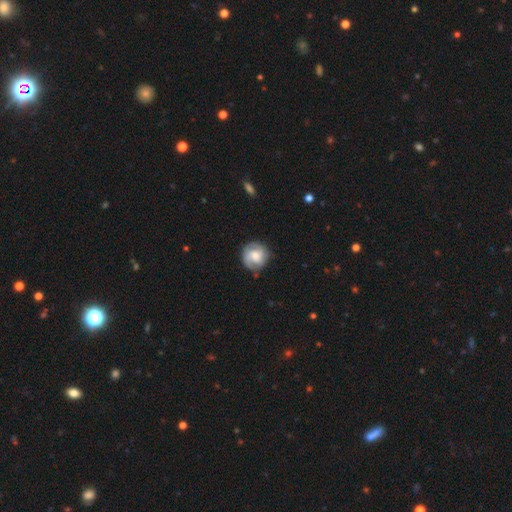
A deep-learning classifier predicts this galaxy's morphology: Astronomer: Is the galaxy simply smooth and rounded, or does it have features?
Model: featured or disk — 66%.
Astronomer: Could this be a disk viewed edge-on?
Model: no — 98%.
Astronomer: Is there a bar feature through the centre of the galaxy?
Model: no — 50% (runner-up: weak, 41%).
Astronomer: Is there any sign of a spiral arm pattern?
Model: yes — 90%.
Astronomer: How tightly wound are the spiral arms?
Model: tight — 50% (runner-up: medium, 38%).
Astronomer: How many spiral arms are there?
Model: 2 — 48%.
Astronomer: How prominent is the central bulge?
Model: moderate — 58%.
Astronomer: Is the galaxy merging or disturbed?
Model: none — 75%.